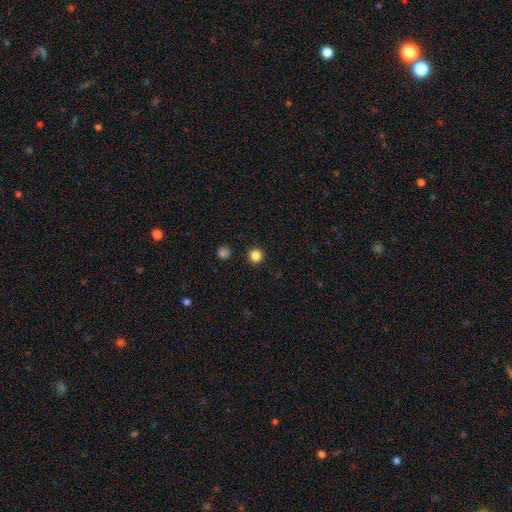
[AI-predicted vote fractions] Morphology: type=smooth (85%); roundness=round (96%); merging=none (93%).